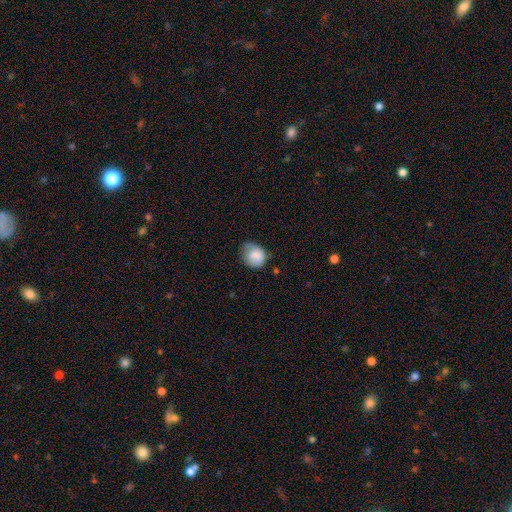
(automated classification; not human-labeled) A smooth galaxy with no disk features (82%) that is round (68%).

Vote fractions:
- Smooth or featured? smooth: 82% / featured or disk: 10% / star or artifact: 8%
- How rounded? round: 68% / in between: 31% / cigar-shaped: 1%
- Merging? none: 45% / minor disturbance: 40% / major disturbance: 12% / merger: 2%